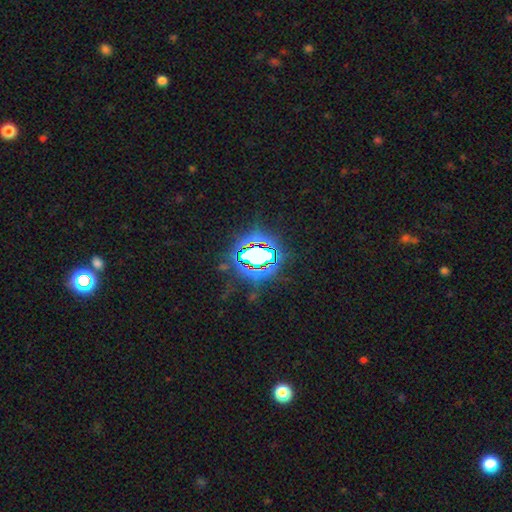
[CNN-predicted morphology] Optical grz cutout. It shows a star or artifact, not a galaxy (72%).